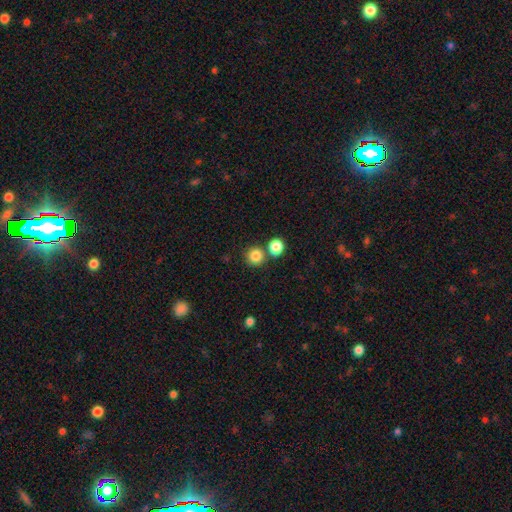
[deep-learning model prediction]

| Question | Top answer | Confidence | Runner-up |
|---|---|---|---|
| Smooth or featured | smooth | 83% | star or artifact (11%) |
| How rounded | round | 92% | in between (7%) |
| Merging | none | 73% | merger (18%) |